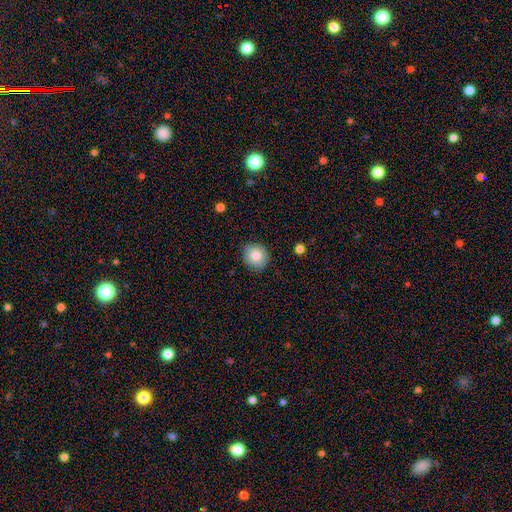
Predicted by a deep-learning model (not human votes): Smooth or featured?
  - smooth: 83% *
  - star or artifact: 9%
  - featured or disk: 8%
How rounded?
  - round: 81% *
  - in between: 18%
  - cigar-shaped: 1%
Merging?
  - none: 87% *
  - minor disturbance: 10%
  - major disturbance: 2%
  - merger: 1%